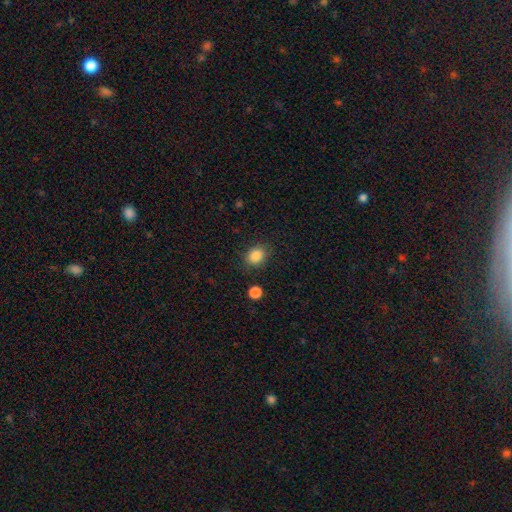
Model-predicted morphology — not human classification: Smooth or featured? Predicted: smooth (p=0.86). How rounded? Predicted: round (p=0.51). Merging? Predicted: none (p=0.82).